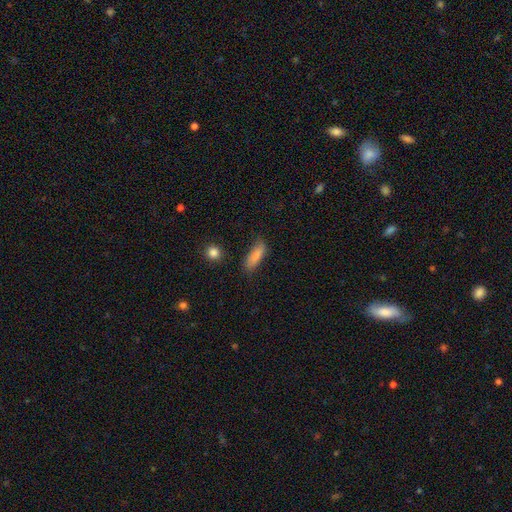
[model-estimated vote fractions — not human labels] Overall: smooth (84%). How rounded: cigar-shaped (49%, tied with in between). Merging: none (75%).